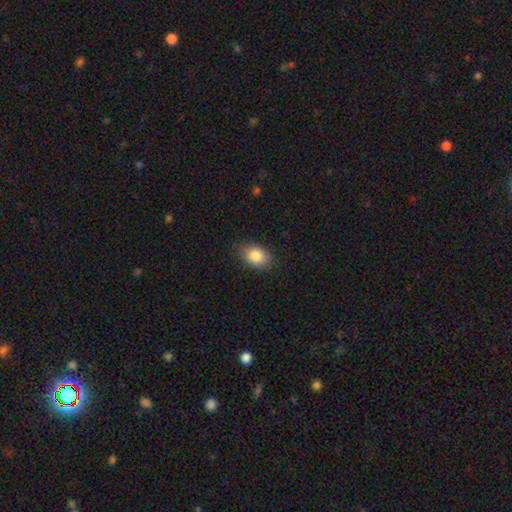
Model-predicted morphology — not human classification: The model was most divided on "how rounded": in between: 81%, round: 18%, cigar-shaped: 1%. More confident: smooth or featured — smooth (85%); merging — none (84%).